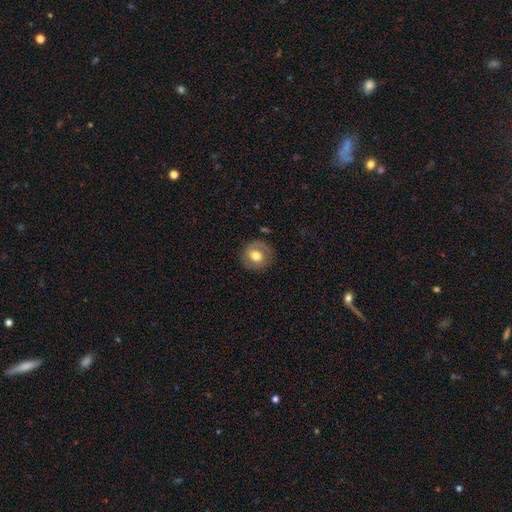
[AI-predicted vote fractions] Smooth or featured: smooth — 50% (featured or disk — 43%)
Merging: none — 82% (minor disturbance — 12%)